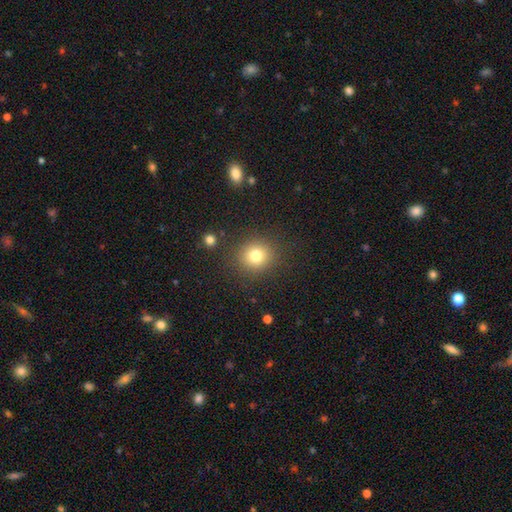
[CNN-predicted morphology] type=smooth (78%); roundness=round (88%); merging=none (87%).